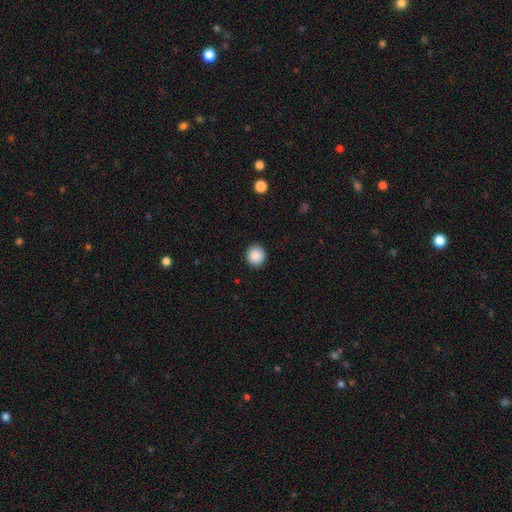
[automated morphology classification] Smooth or featured?
  - smooth: 89% *
  - star or artifact: 9%
  - featured or disk: 3%
How rounded?
  - round: 90% *
  - in between: 9%
  - cigar-shaped: 1%
Merging?
  - none: 91% *
  - minor disturbance: 6%
  - major disturbance: 2%
  - merger: 1%